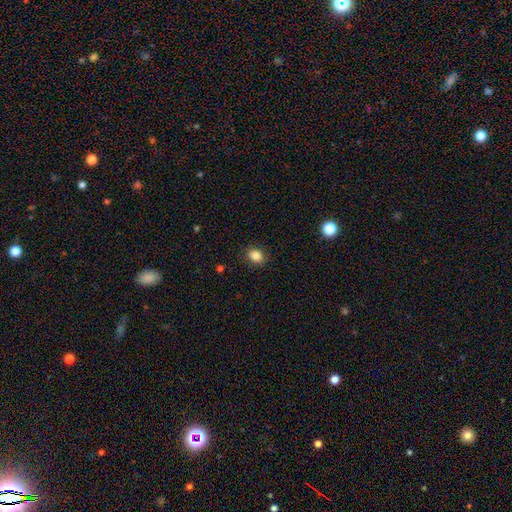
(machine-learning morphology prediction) This appears to be a smooth galaxy with no disk features (86%) that is in between round and cigar-shaped (54%). Merging: none (88%).